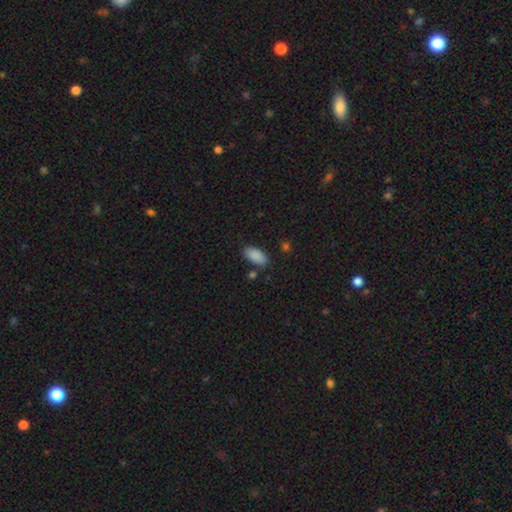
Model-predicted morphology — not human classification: Overall: smooth (89%). How rounded: in between (93%). Merging: none (82%).